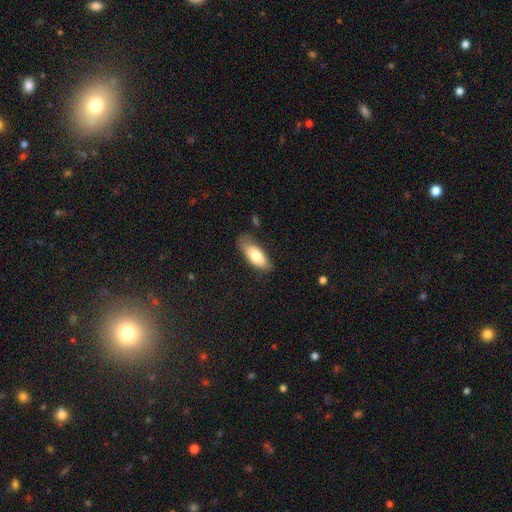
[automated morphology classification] A smooth galaxy with no disk features (79%) that is in between round and cigar-shaped (82%). Merging: none (65%).